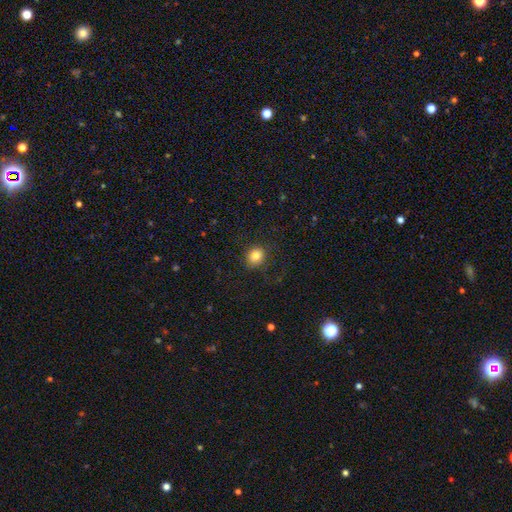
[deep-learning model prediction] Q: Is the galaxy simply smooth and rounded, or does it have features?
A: smooth — 83%.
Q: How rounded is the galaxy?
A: round — 76%.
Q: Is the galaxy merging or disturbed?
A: none — 84%.